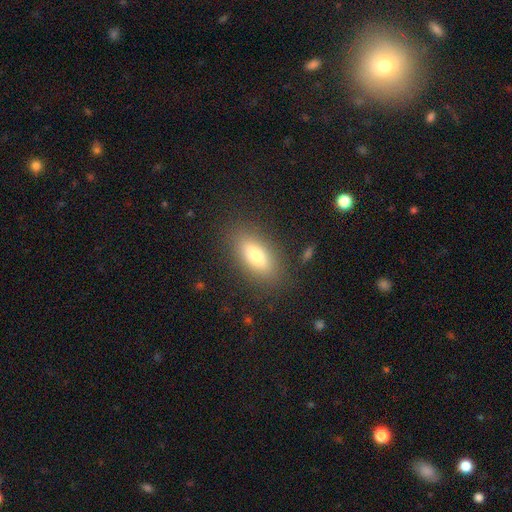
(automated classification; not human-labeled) Morphology: type=smooth (71%); roundness=in between (78%); merging=none (85%).